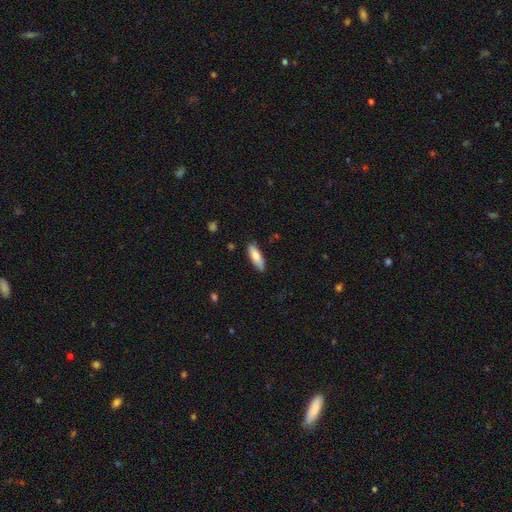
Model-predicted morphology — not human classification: Overall: smooth (80%). How rounded: in between (60%; cigar-shaped 39%). Merging: none (83%).